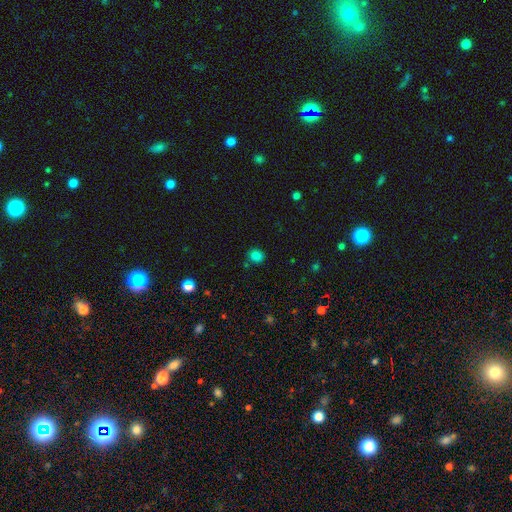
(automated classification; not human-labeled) Smooth or featured: smooth — 80% (star or artifact — 15%)
How rounded: round — 70% (in between — 29%)
Merging: none — 79% (minor disturbance — 13%)